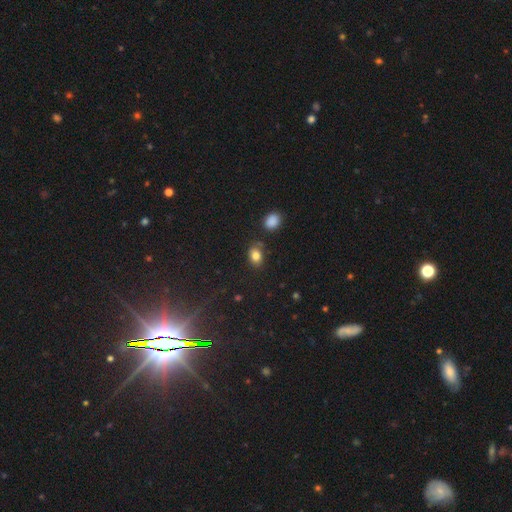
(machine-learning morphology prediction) Q: Smooth or featured?
A: smooth (82%); runner-up: star or artifact (11%)
Q: How rounded?
A: in between (67%); runner-up: round (32%)
Q: Merging?
A: none (75%); runner-up: minor disturbance (15%)